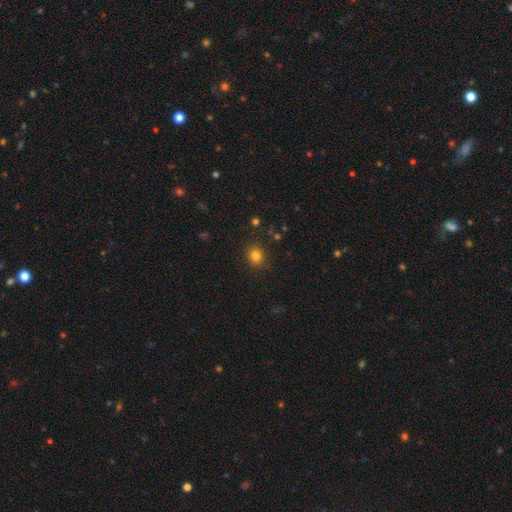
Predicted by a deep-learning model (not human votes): This appears to be a smooth galaxy with no disk features (81%) that is round (74%). Merging: none (86%).